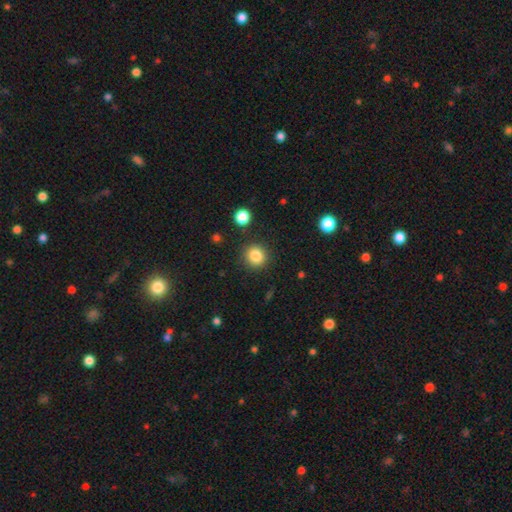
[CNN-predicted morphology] The model was most divided on "smooth or featured": smooth: 85%, star or artifact: 11%, featured or disk: 5%. More confident: merging — none (88%); how rounded — round (88%).